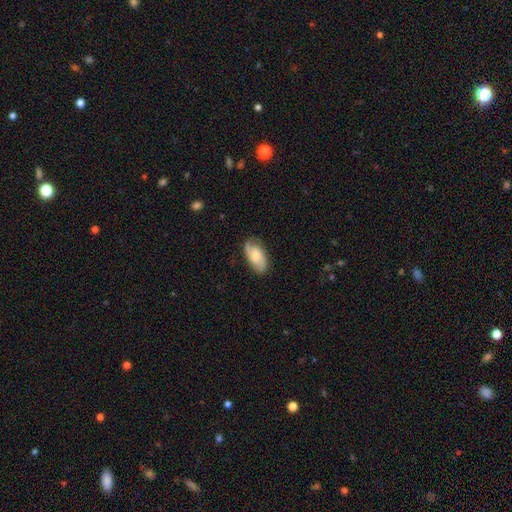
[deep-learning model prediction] Smooth or featured: featured or disk — 51% (smooth — 43%)
Edge-on disk: no — 94% (yes — 6%)
Merging: none — 77% (minor disturbance — 17%)